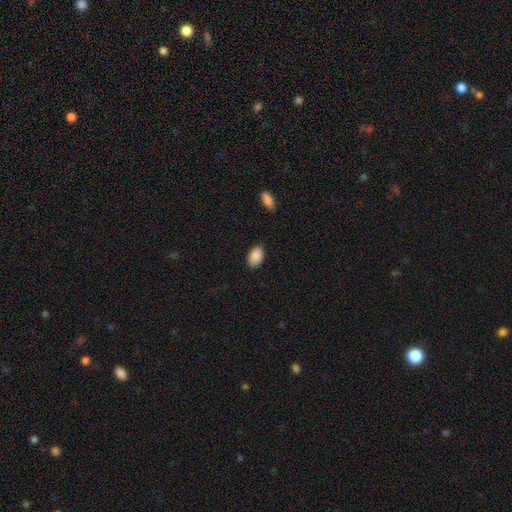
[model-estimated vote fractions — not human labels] Smooth or featured: smooth — 89% (star or artifact — 7%)
How rounded: in between — 90% (round — 9%)
Merging: none — 84% (minor disturbance — 13%)